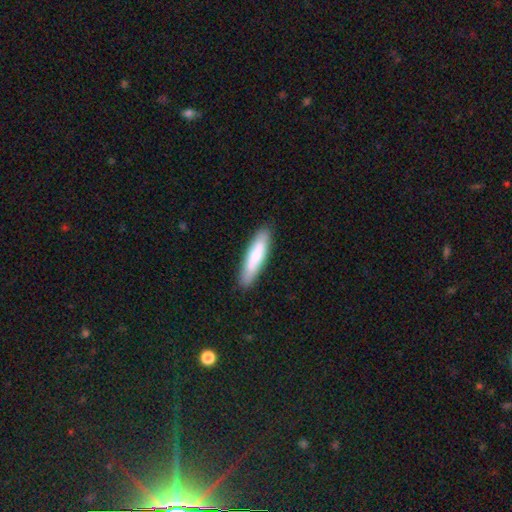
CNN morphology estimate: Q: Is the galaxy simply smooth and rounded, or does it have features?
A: smooth — 76%.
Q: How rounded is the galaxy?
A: cigar-shaped — 77%.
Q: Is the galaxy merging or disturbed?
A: none — 87%.